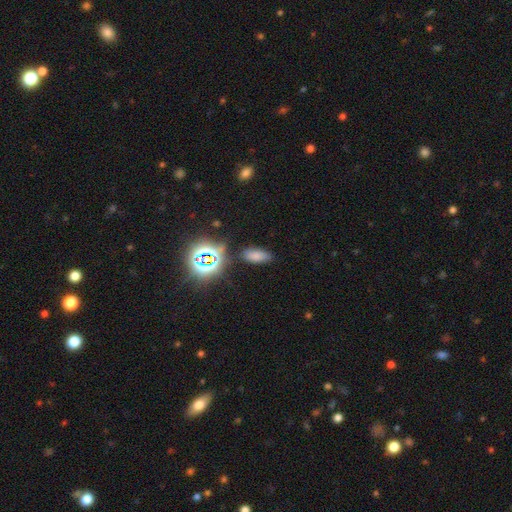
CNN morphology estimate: Smooth or featured?
  - smooth: 67% *
  - star or artifact: 25%
  - featured or disk: 8%
How rounded?
  - in between: 86% *
  - cigar-shaped: 8%
  - round: 5%
Merging?
  - none: 81% *
  - minor disturbance: 12%
  - major disturbance: 4%
  - merger: 4%